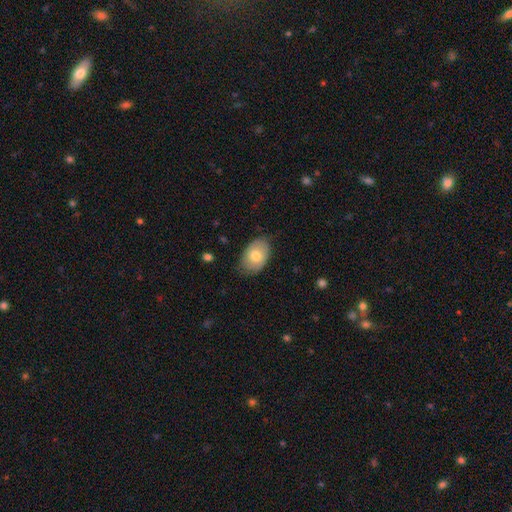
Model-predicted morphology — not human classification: The model was most divided on "merging": none: 73%, minor disturbance: 22%, major disturbance: 4%, merger: 1%. More confident: how rounded — in between (88%); smooth or featured — smooth (75%).